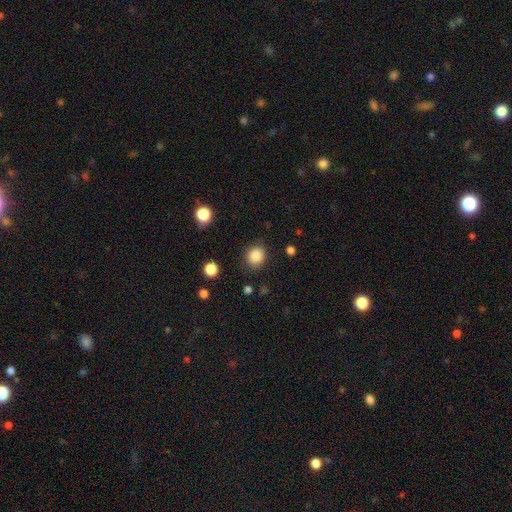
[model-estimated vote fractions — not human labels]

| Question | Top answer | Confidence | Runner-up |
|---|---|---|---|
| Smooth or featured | smooth | 86% | star or artifact (10%) |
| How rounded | round | 80% | in between (19%) |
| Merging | none | 86% | minor disturbance (10%) |